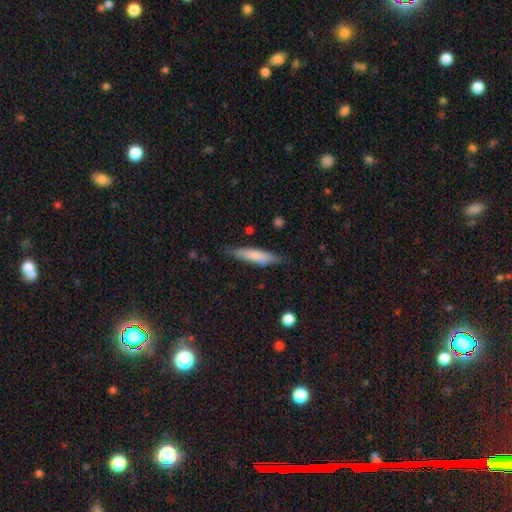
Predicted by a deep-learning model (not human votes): Smooth or featured?
  - smooth: 73% *
  - featured or disk: 21%
  - star or artifact: 6%
How rounded?
  - cigar-shaped: 82% *
  - in between: 16%
  - round: 1%
Merging?
  - none: 78% *
  - minor disturbance: 17%
  - major disturbance: 3%
  - merger: 2%